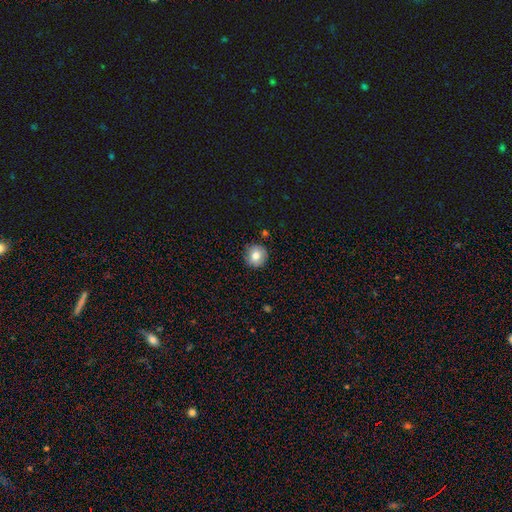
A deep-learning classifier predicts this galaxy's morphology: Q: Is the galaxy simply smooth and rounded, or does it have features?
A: smooth — 79%.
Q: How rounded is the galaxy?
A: round — 95%.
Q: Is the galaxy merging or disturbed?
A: none — 89%.